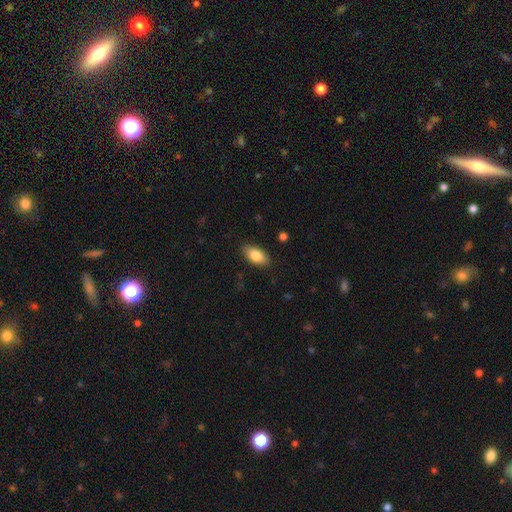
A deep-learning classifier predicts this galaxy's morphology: smooth_or_featured: smooth (p=0.84) [alt: featured or disk p=0.10]
how_rounded: in between (p=0.92) [alt: cigar-shaped p=0.05]
merging: none (p=0.87) [alt: minor disturbance p=0.10]